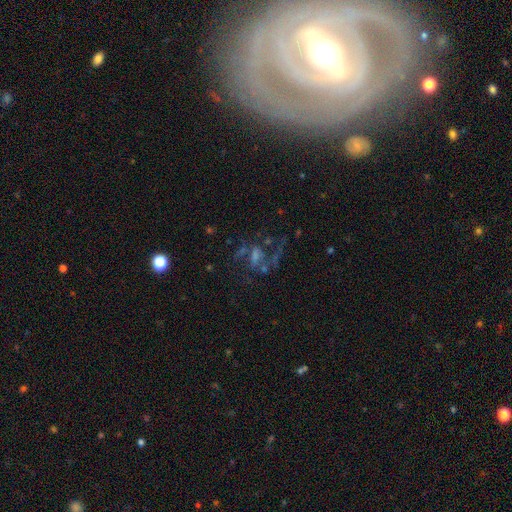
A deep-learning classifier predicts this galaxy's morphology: featured or disk 58%, star or artifact 26%, smooth 16%. Down the decision tree: edge-on disk — no (95%); bar — no (39%, tied with weak); spiral arms — yes (65%); bulge size — none (36%); merging — none (41%).